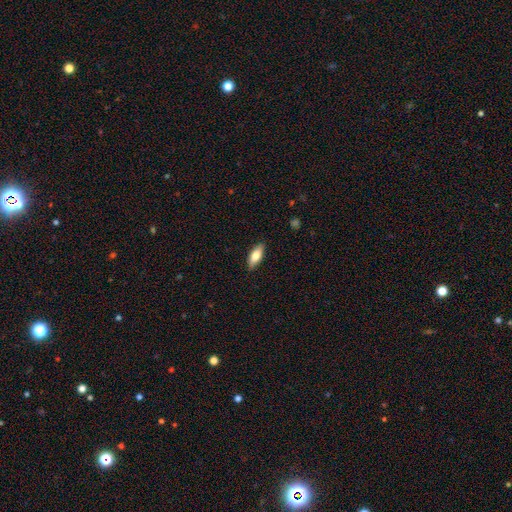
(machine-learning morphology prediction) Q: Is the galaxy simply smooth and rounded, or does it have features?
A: smooth — 76%.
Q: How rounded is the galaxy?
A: in between — 76%.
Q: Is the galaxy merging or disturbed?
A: none — 87%.